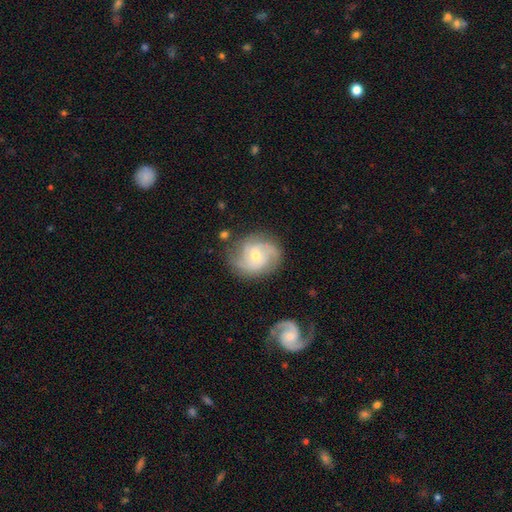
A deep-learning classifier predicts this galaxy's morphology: smooth_or_featured: featured or disk (p=0.80) [alt: smooth p=0.13]
disk_edge_on: no (p=0.97) [alt: yes p=0.03]
bar: no (p=0.64) [alt: weak p=0.30]
has_spiral_arms: yes (p=0.96) [alt: no p=0.04]
spiral_winding: medium (p=0.45) [alt: tight p=0.41]
spiral_arm_count: 3 (p=0.41) [alt: 2 p=0.28]
bulge_size: small (p=0.51) [alt: moderate p=0.46]
merging: none (p=0.74) [alt: minor disturbance p=0.17]